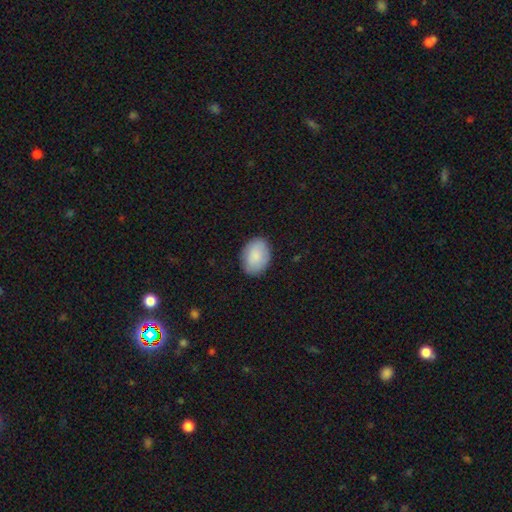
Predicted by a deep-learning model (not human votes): A smooth galaxy with no disk features (87%) that is in between round and cigar-shaped (79%). Merging: none (86%).